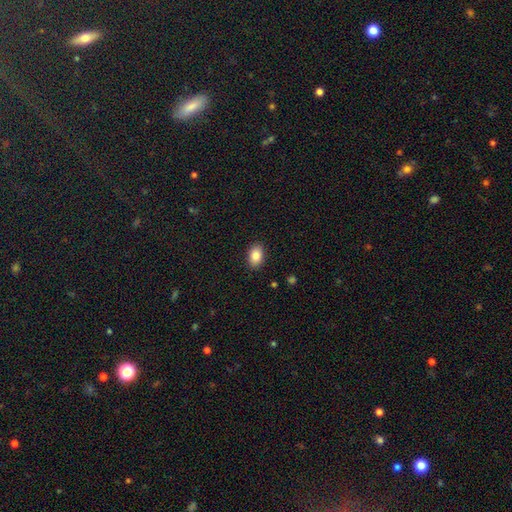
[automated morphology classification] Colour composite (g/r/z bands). It shows a smooth galaxy with no disk features (86%) that is in between round and cigar-shaped (87%). Merging: none (89%).